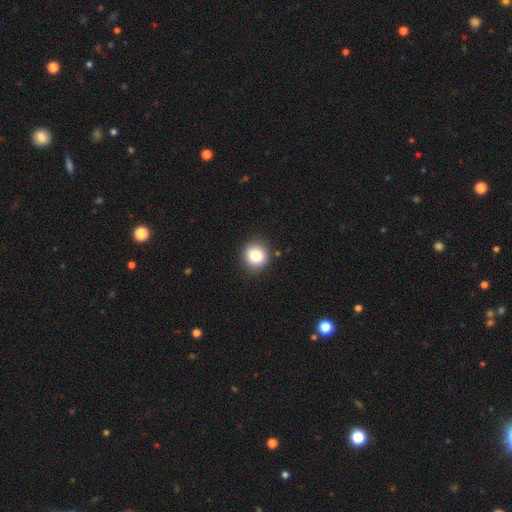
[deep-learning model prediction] Morphology: type=smooth (85%); roundness=round (87%); merging=none (87%).